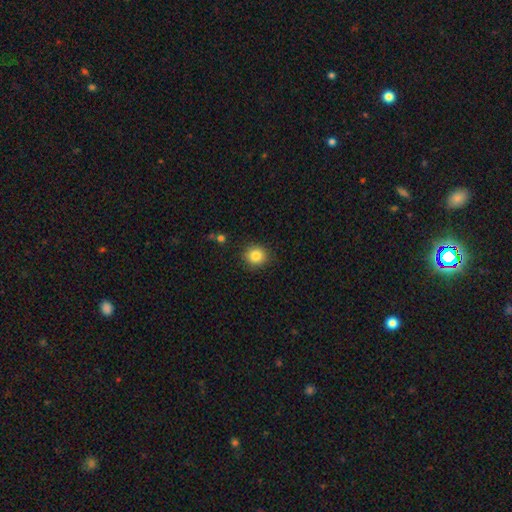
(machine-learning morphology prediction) This appears to be a smooth galaxy with no disk features (84%) that is round (90%). Merging: none (89%).